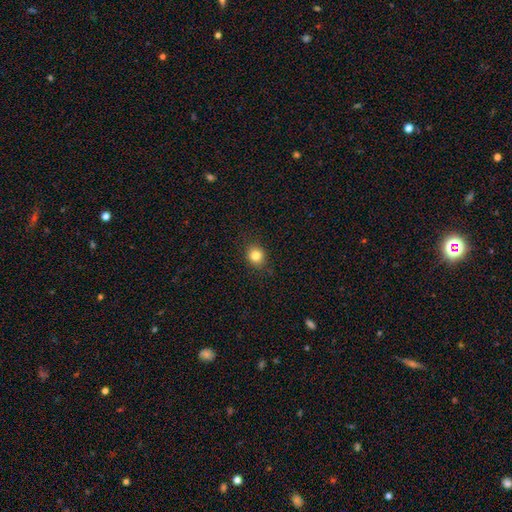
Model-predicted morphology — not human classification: smooth 82%, star or artifact 12%, featured or disk 6%. Down the decision tree: how rounded — round (78%); merging — none (87%).